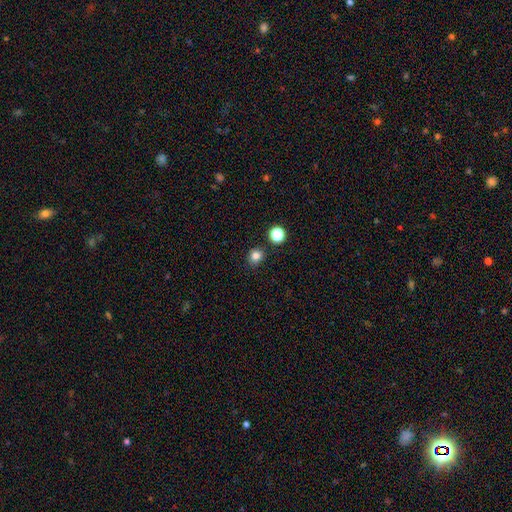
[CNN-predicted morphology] Smooth or featured? Predicted: smooth (p=0.81). How rounded? Predicted: round (p=0.78). Merging? Predicted: none (p=0.85).